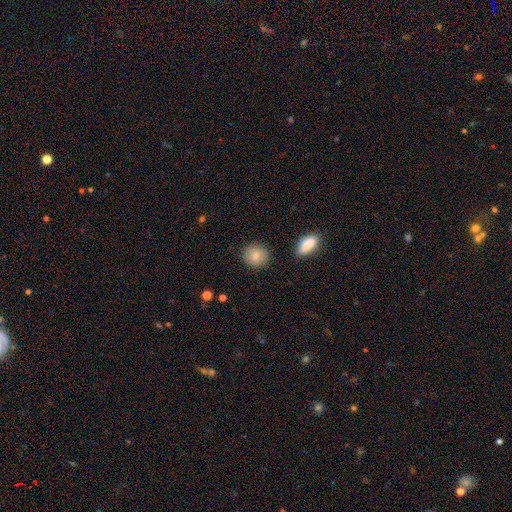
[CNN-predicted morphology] smooth_or_featured: smooth (p=0.84) [alt: star or artifact p=0.08]
how_rounded: round (p=0.83) [alt: in between p=0.16]
merging: none (p=0.87) [alt: minor disturbance p=0.08]